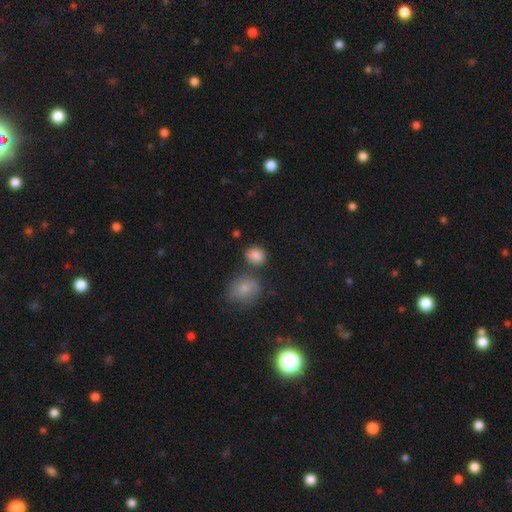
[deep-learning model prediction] A smooth galaxy with no disk features (86%) that is round (70%). Merging: none (68%).